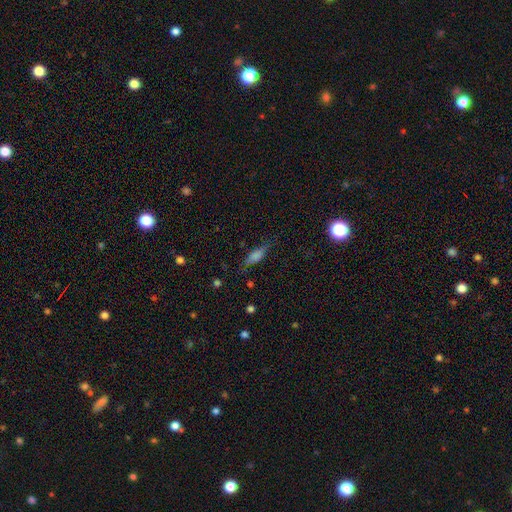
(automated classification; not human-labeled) The model was most divided on "how rounded": in between: 49%, cigar-shaped: 47%, round: 4%. More confident: merging — none (73%); smooth or featured — smooth (60%).